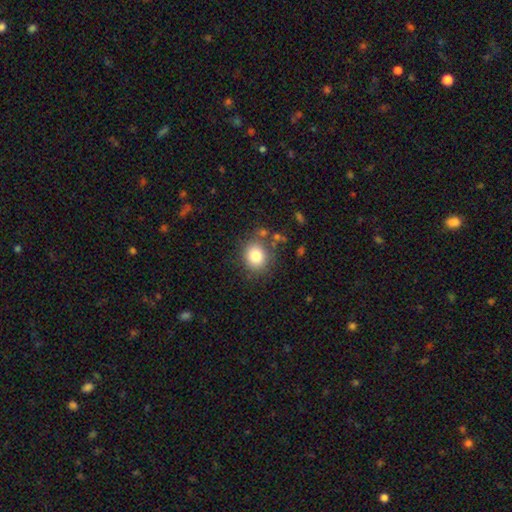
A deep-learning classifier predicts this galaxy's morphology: Smooth or featured? Predicted: smooth (p=0.81). How rounded? Predicted: round (p=0.72). Merging? Predicted: none (p=0.77).